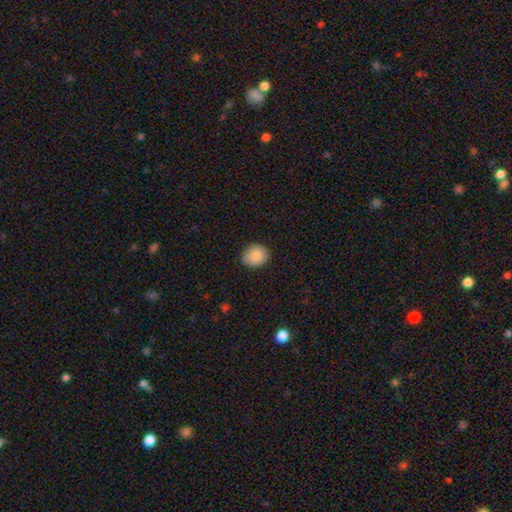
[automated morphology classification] This appears to be a smooth galaxy with no disk features (87%) that is round (70%). Merging: none (81%).